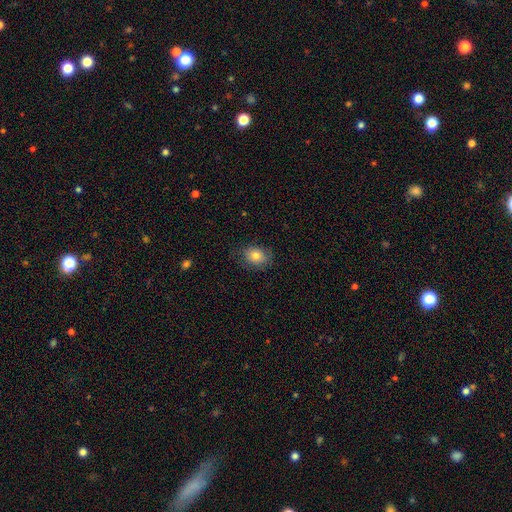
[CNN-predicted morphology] Smooth or featured? smooth (79%)
How rounded? in between (58%)
Merging? none (74%)